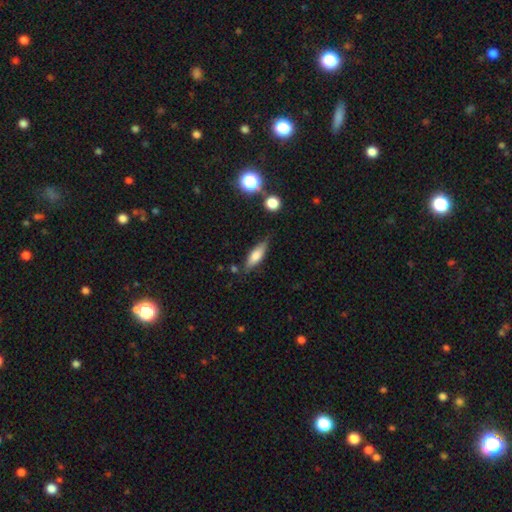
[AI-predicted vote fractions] A smooth galaxy with no disk features (68%) that is in between round and cigar-shaped (54%). Merging: none (75%).